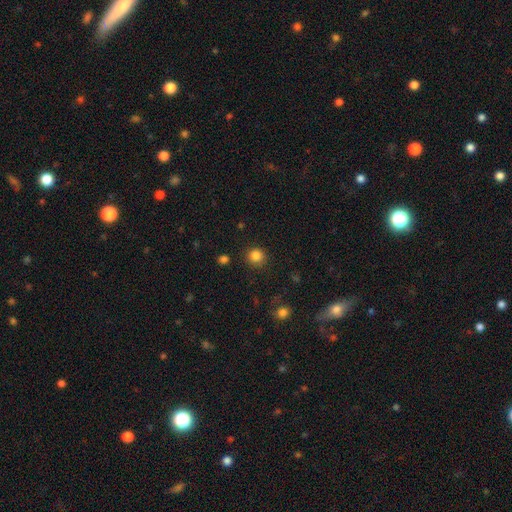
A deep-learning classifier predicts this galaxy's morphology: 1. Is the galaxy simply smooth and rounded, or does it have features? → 84% smooth, 12% star or artifact, 4% featured or disk.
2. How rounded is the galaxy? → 91% round, 8% in between, 1% cigar-shaped.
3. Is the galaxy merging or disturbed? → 90% none, 7% minor disturbance, 2% major disturbance, 2% merger.